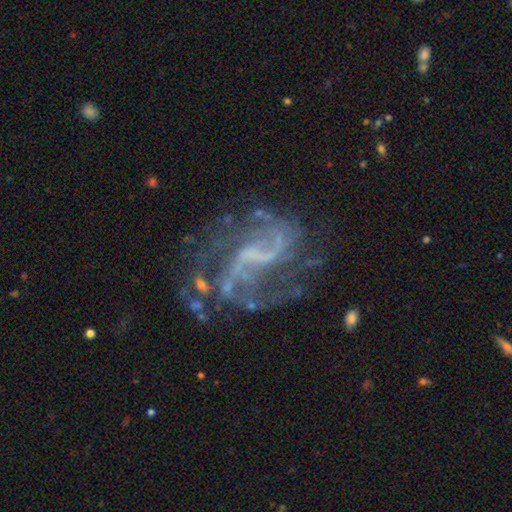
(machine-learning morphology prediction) The model was most divided on "spiral winding": loose: 44%, medium: 42%, tight: 13%. Remaining: edge-on disk — no (98%); spiral arms — yes (93%); smooth or featured — featured or disk (87%); spiral arm count — 2 (68%); merging — none (59%); bulge size — none (56%); bar — weak (49%).